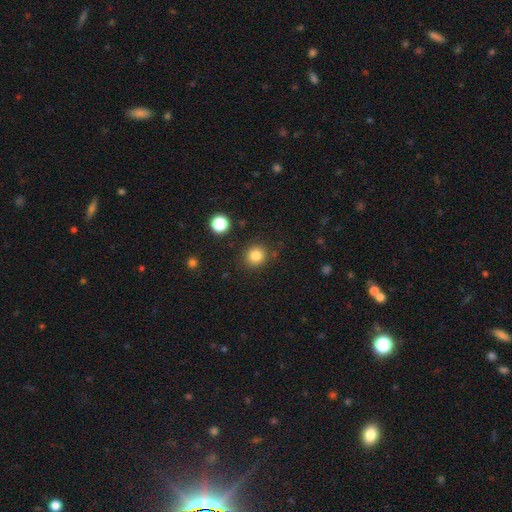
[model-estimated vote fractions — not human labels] Overall: smooth (82%). How rounded: round (89%). Merging: none (86%).